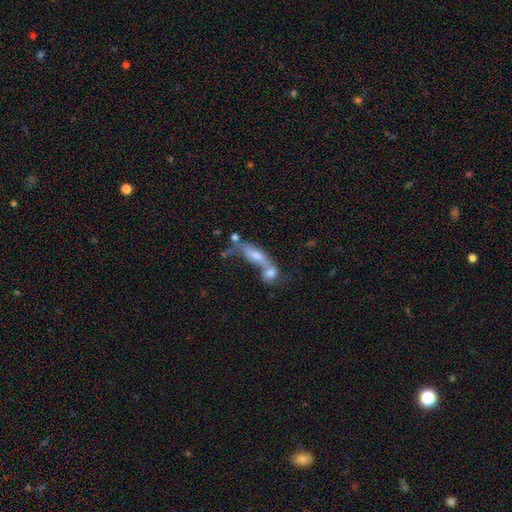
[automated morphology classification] type=smooth (46%); merging=merger (64%).